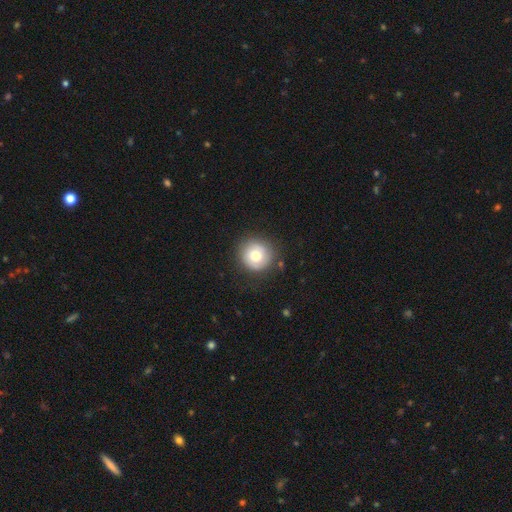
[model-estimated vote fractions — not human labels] smooth 71%, featured or disk 20%, star or artifact 9%. Down the decision tree: how rounded — round (94%); merging — none (83%).